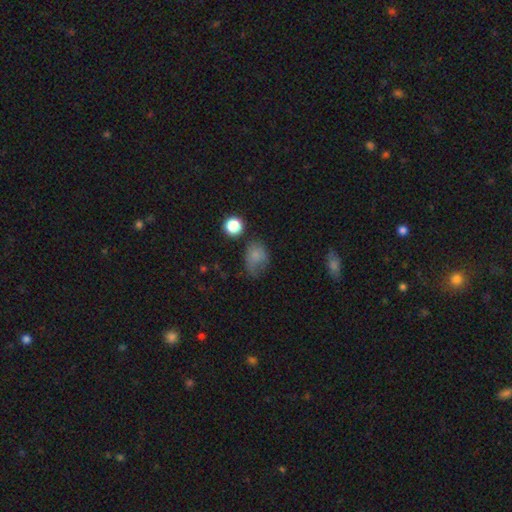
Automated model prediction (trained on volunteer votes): A smooth galaxy with no disk features (75%) that is in between round and cigar-shaped (63%). Merging: none (38%).